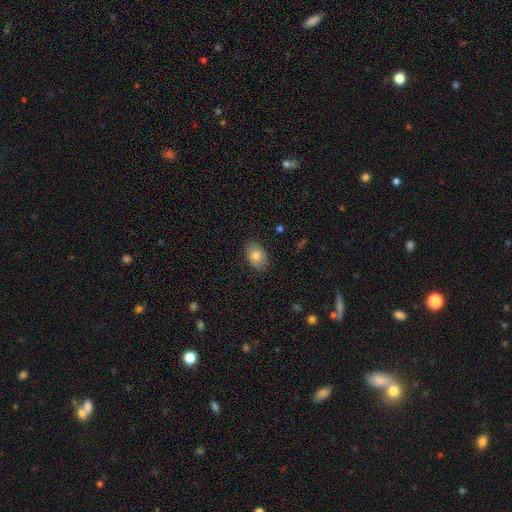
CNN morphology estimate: Overall: smooth (79%). How rounded: in between (87%). Merging: none (86%).